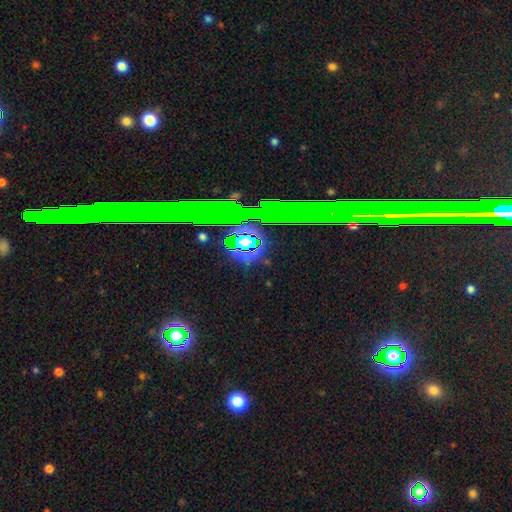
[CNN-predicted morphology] smooth_or_featured: star or artifact (p=0.79) [alt: featured or disk p=0.11]